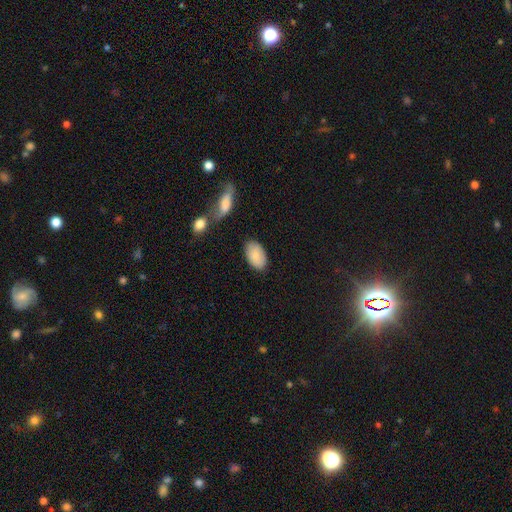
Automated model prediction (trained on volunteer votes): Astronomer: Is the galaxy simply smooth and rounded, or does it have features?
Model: smooth — 84%.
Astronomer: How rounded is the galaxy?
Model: in between — 94%.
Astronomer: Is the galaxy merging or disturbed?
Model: none — 81%.